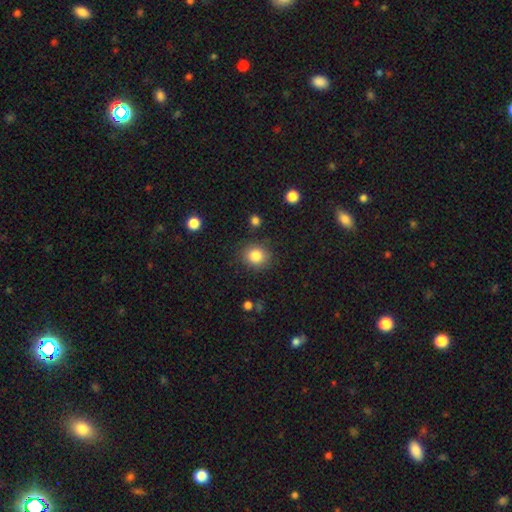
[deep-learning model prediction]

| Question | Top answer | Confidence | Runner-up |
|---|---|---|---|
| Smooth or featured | smooth | 84% | star or artifact (10%) |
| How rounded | round | 80% | in between (19%) |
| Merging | none | 86% | minor disturbance (9%) |